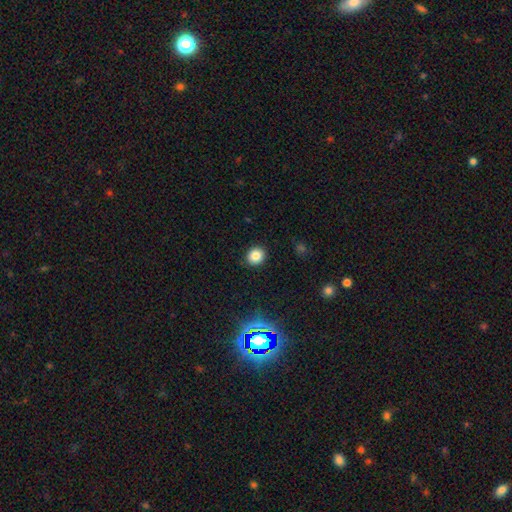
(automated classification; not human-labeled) smooth_or_featured: smooth (p=0.82) [alt: star or artifact p=0.13]
how_rounded: round (p=0.79) [alt: in between p=0.20]
merging: none (p=0.91) [alt: minor disturbance p=0.06]